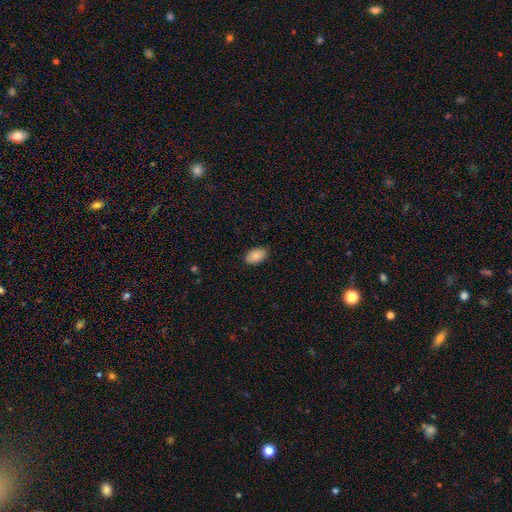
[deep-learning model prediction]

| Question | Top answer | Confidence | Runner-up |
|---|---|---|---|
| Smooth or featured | smooth | 88% | star or artifact (7%) |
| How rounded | in between | 93% | round (6%) |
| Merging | none | 89% | minor disturbance (9%) |